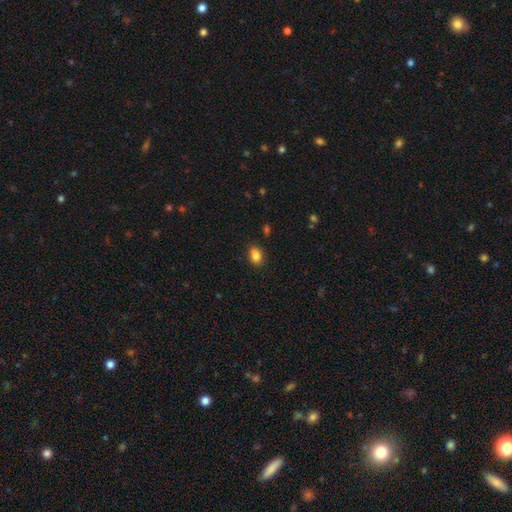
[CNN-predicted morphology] smooth 84%, star or artifact 10%, featured or disk 6%. Down the decision tree: how rounded — in between (70%); merging — none (79%).